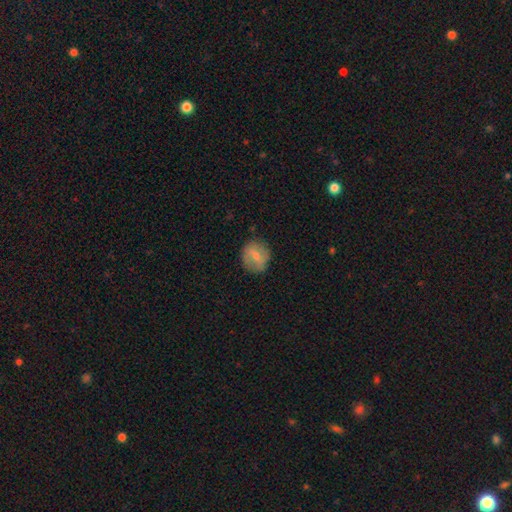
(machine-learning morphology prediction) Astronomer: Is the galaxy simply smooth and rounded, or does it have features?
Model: smooth — 55% (runner-up: featured or disk, 38%).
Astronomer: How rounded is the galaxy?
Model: round — 77%.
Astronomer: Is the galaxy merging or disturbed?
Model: none — 79%.